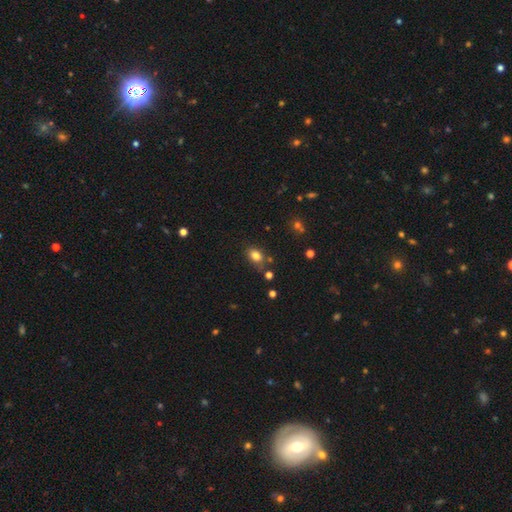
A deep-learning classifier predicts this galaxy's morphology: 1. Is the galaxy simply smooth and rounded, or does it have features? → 80% smooth, 12% star or artifact, 7% featured or disk.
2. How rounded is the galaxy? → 65% in between, 34% round, 1% cigar-shaped.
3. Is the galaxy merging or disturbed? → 72% none, 17% minor disturbance, 7% merger, 4% major disturbance.